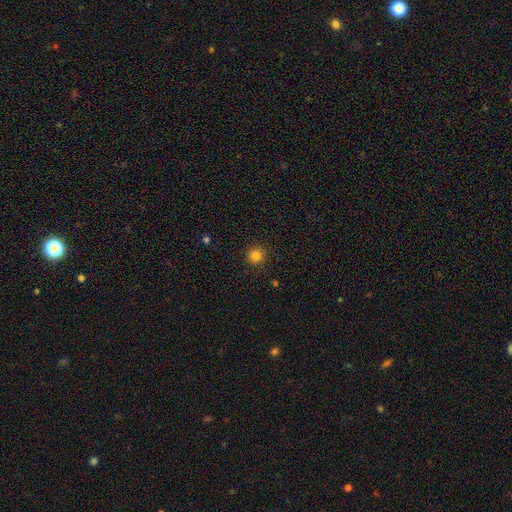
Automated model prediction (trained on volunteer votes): smooth-or-featured: smooth: 82% | star or artifact: 13% | featured or disk: 5%
  how-rounded: round: 94% | in between: 5% | cigar-shaped: 1%
  merging: none: 91% | minor disturbance: 6% | major disturbance: 2% | merger: 1%